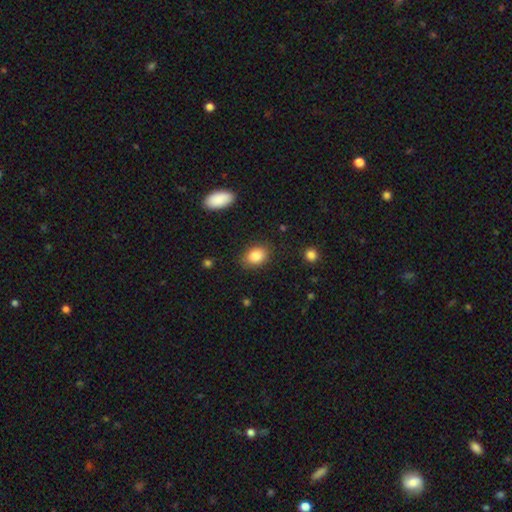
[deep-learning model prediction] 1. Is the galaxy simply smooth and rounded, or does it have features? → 85% smooth, 8% star or artifact, 6% featured or disk.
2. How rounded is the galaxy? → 75% in between, 24% round, 1% cigar-shaped.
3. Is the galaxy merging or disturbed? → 84% none, 12% minor disturbance, 3% major disturbance, 2% merger.